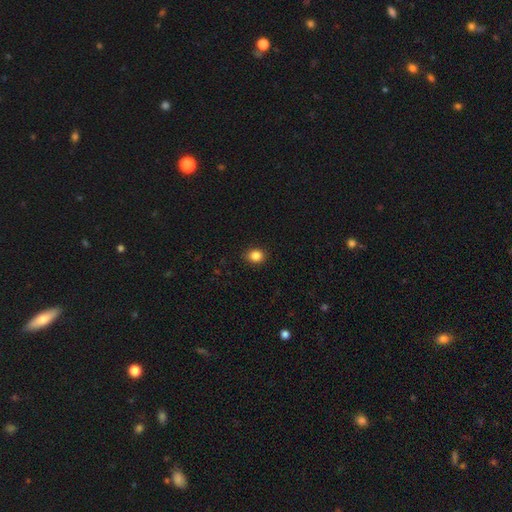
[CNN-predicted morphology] Smooth or featured? smooth (86%)
How rounded? round (68%)
Merging? none (89%)